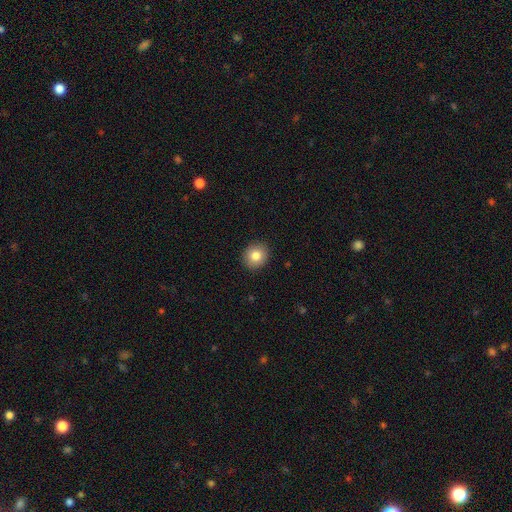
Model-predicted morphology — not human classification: Smooth or featured?
  - smooth: 82% *
  - star or artifact: 9%
  - featured or disk: 9%
How rounded?
  - round: 83% *
  - in between: 17%
  - cigar-shaped: 1%
Merging?
  - none: 92% *
  - minor disturbance: 5%
  - major disturbance: 2%
  - merger: 1%